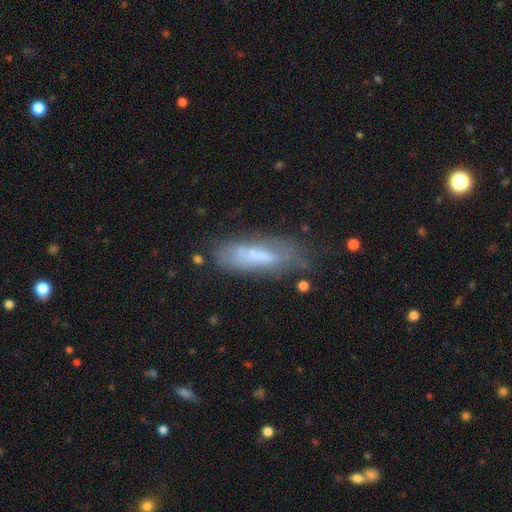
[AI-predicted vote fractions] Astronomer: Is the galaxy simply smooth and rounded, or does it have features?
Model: smooth — 57% (runner-up: featured or disk, 35%).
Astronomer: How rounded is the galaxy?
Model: cigar-shaped — 51% (runner-up: in between, 47%).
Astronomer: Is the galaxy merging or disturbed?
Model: none — 55%.